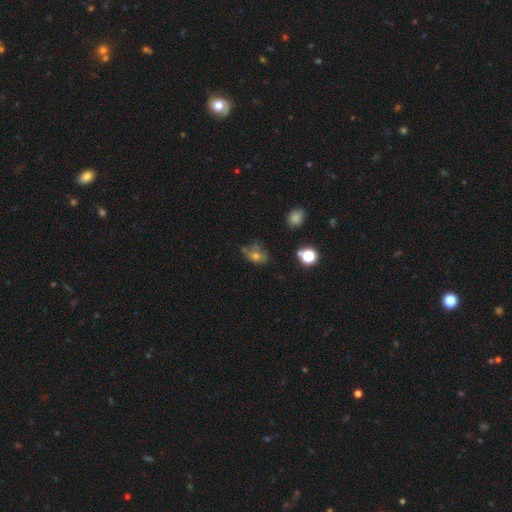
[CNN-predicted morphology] Smooth or featured? smooth (57%)
How rounded? in between (62%)
Merging? none (44%)